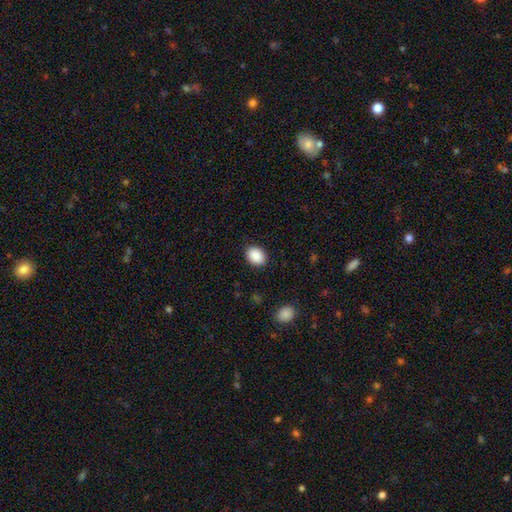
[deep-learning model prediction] Smooth or featured? Predicted: smooth (p=0.89). How rounded? Predicted: in between (p=0.61). Merging? Predicted: none (p=0.88).